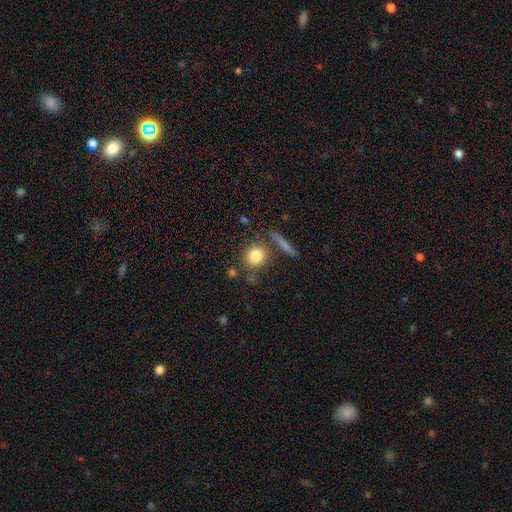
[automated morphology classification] type=smooth (81%); roundness=round (83%); merging=none (75%).